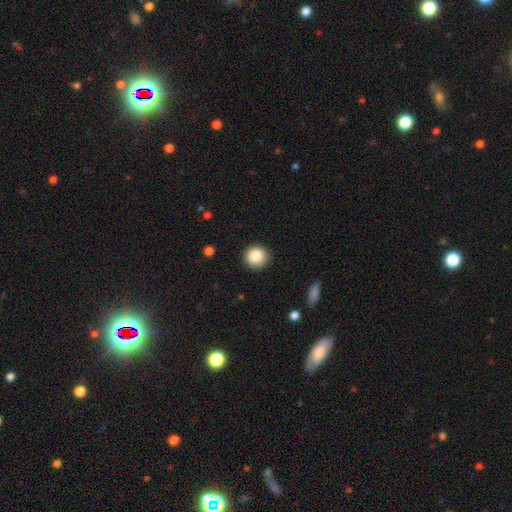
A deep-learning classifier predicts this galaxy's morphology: smooth_or_featured: smooth (p=0.85) [alt: star or artifact p=0.09]
how_rounded: round (p=0.93) [alt: in between p=0.06]
merging: none (p=0.90) [alt: minor disturbance p=0.07]